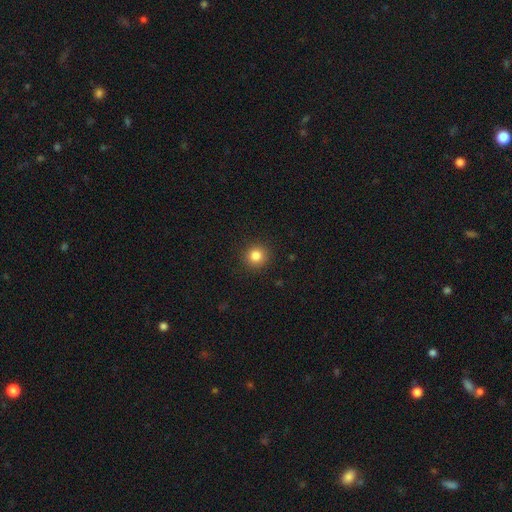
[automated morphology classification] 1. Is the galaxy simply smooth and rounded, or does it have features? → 84% smooth, 11% star or artifact, 5% featured or disk.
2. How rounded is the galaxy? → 94% round, 6% in between, 1% cigar-shaped.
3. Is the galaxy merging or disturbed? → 91% none, 6% minor disturbance, 2% major disturbance, 1% merger.